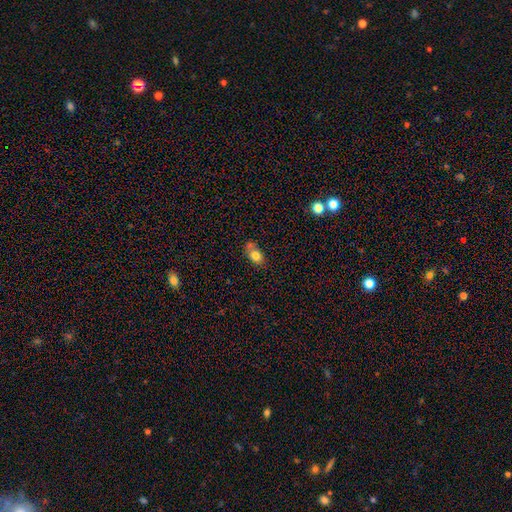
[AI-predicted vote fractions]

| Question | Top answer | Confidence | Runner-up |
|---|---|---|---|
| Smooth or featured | smooth | 77% | featured or disk (13%) |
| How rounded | in between | 72% | round (27%) |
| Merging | none | 49% | merger (25%) |